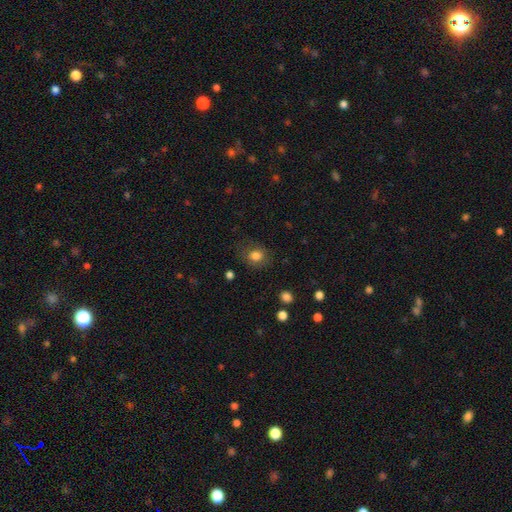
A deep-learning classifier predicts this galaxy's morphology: Q: Smooth or featured?
A: smooth (81%); runner-up: star or artifact (11%)
Q: How rounded?
A: round (65%); runner-up: in between (34%)
Q: Merging?
A: none (75%); runner-up: minor disturbance (17%)